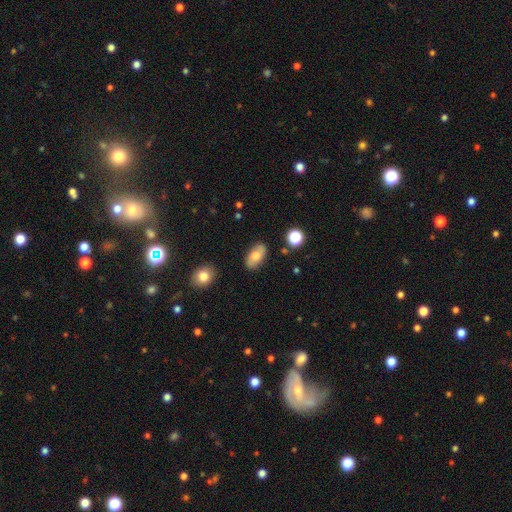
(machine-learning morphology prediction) Q: Smooth or featured?
A: smooth (63%); runner-up: featured or disk (28%)
Q: How rounded?
A: in between (91%); runner-up: round (6%)
Q: Merging?
A: none (83%); runner-up: minor disturbance (12%)